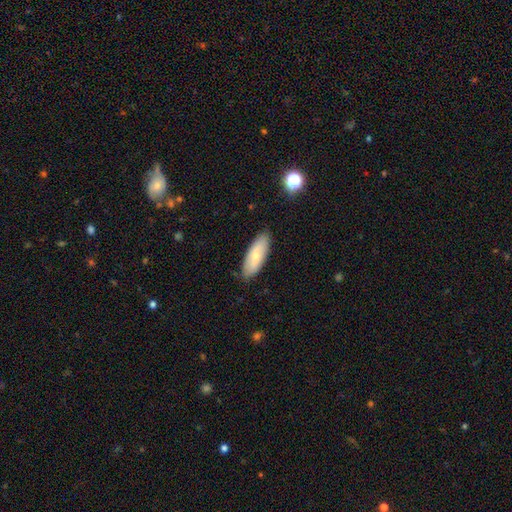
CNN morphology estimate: smooth_or_featured: smooth (p=0.68) [alt: featured or disk p=0.26]
how_rounded: in between (p=0.70) [alt: cigar-shaped p=0.28]
merging: none (p=0.84) [alt: minor disturbance p=0.12]